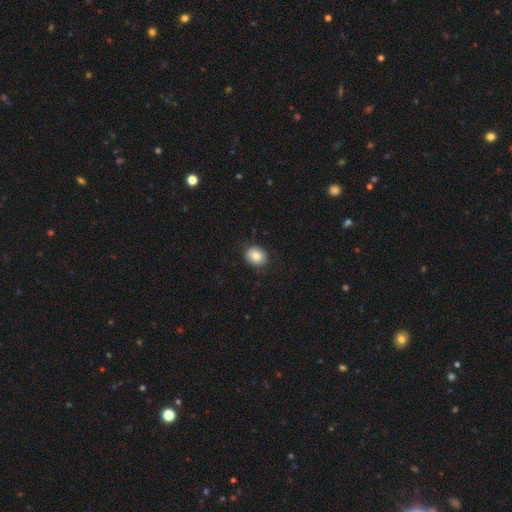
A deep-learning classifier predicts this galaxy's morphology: This is clearly a smooth galaxy (84%). How rounded: likely round (61%). Merging: clearly none (85%).